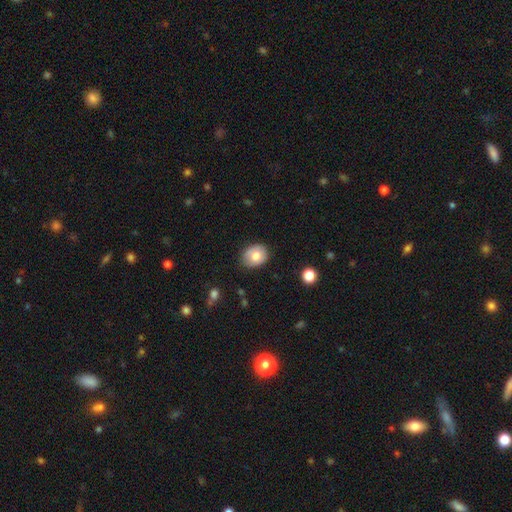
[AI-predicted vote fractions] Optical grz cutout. It shows a smooth galaxy with no disk features (75%) that is round (52%). Merging: none (79%).